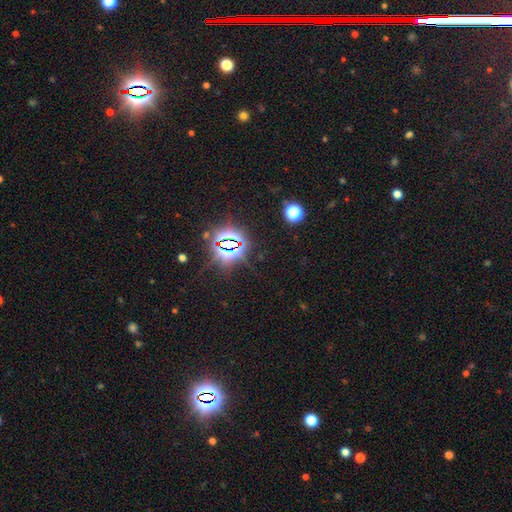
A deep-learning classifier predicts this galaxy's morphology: Smooth or featured?
  - star or artifact: 84% *
  - smooth: 10%
  - featured or disk: 6%